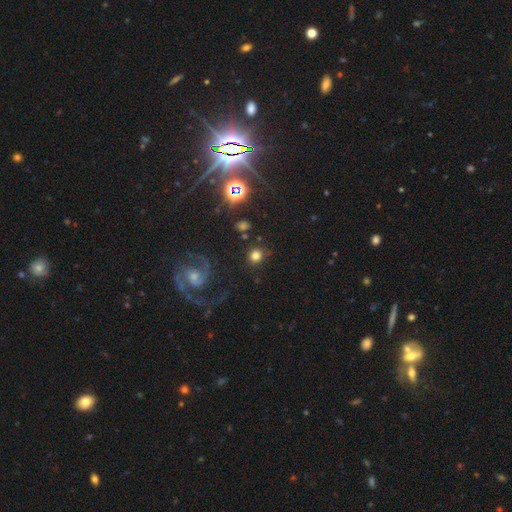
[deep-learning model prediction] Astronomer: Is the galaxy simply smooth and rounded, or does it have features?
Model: smooth — 72%.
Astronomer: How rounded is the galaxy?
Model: round — 88%.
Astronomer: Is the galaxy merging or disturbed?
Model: none — 83%.